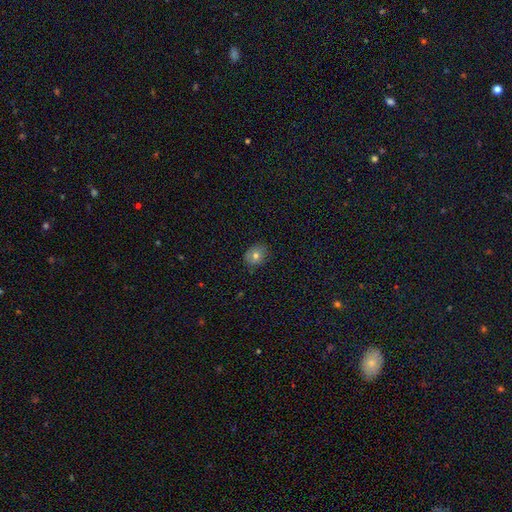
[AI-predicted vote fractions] This is likely a smooth galaxy (74%). How rounded: likely round (62%). Merging: clearly none (81%).